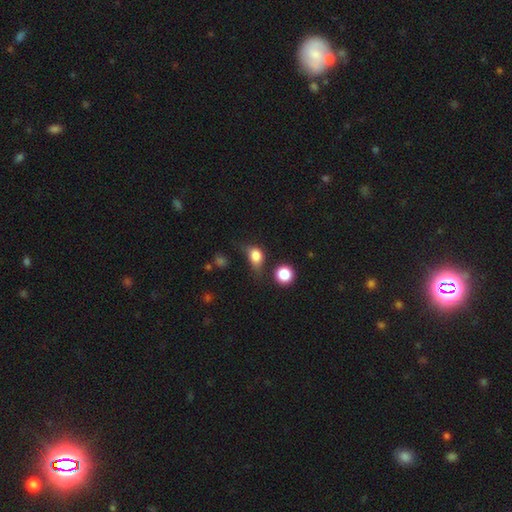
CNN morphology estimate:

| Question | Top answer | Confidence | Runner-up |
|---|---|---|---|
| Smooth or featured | smooth | 79% | star or artifact (11%) |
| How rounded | in between | 54% | round (44%) |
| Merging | none | 33% | minor disturbance (32%) |